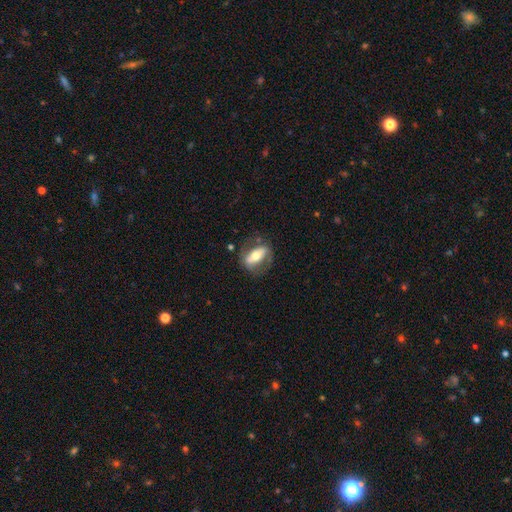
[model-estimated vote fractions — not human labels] Smooth or featured? featured or disk (51%)
Edge-on disk? no (75%)
Merging? none (66%)